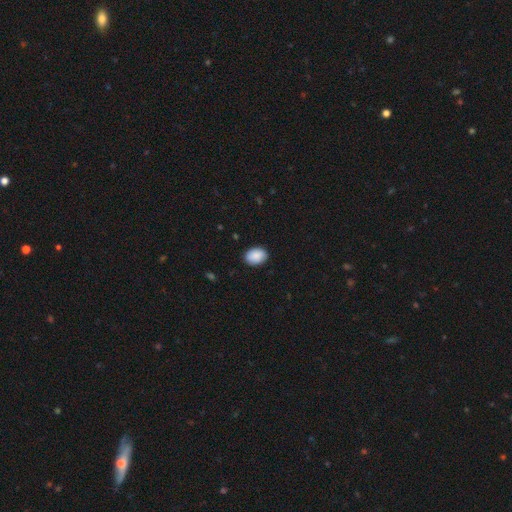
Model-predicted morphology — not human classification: smooth 89%, star or artifact 7%, featured or disk 4%. Down the decision tree: how rounded — in between (78%); merging — none (87%).